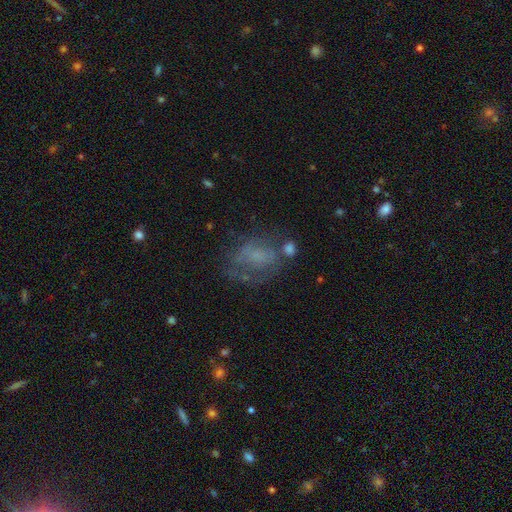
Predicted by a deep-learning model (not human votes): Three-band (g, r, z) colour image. It shows a featured or disk galaxy (45%). Merging: none (38%).